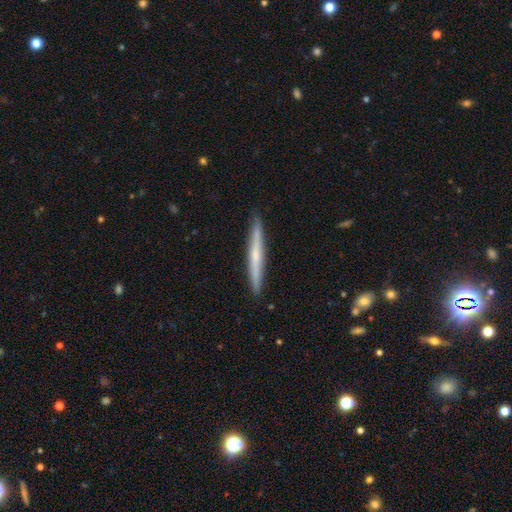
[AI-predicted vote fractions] Smooth or featured: featured or disk — 52% (smooth — 42%)
Edge-on disk: yes — 97% (no — 3%)
Edge-on bulge: none — 55% (rounded — 39%)
Merging: none — 91% (minor disturbance — 6%)